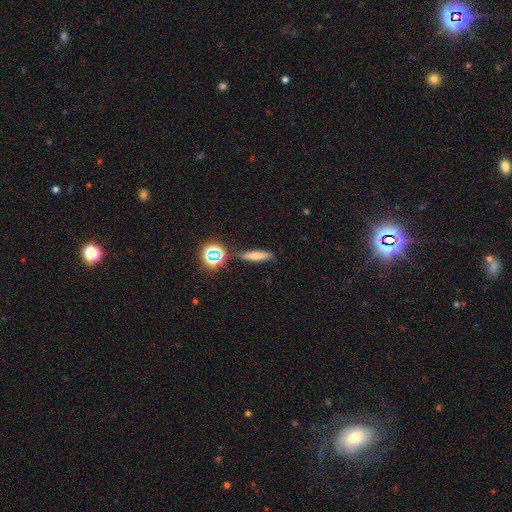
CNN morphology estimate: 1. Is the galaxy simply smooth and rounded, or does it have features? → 64% smooth, 20% featured or disk, 16% star or artifact.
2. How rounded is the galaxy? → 70% cigar-shaped, 23% in between, 7% round.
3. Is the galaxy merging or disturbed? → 79% none, 12% minor disturbance, 5% merger, 3% major disturbance.